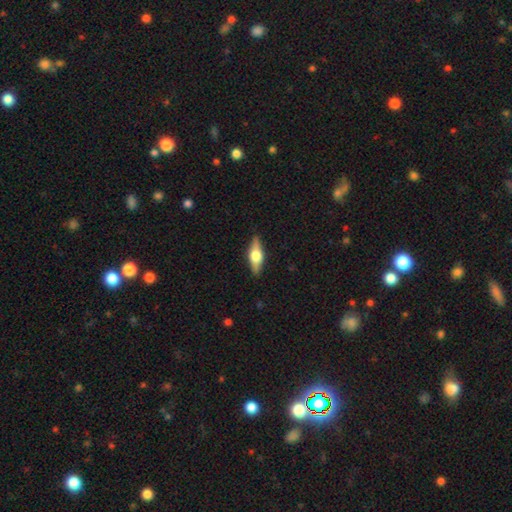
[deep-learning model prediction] This is likely a featured or disk galaxy (61%). It is clearly viewed edge-on (94%). Edge-on bulge: clearly rounded (93%). Merging: clearly none (88%).